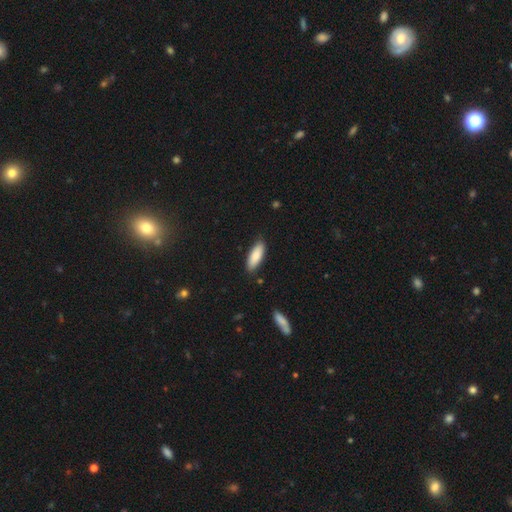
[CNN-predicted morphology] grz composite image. It shows a smooth galaxy with no disk features (85%) that is in between round and cigar-shaped (64%). Merging: none (86%).